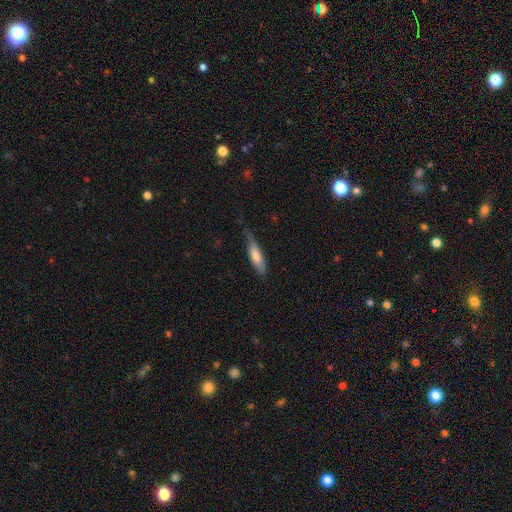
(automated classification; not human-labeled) Smooth or featured?
  - smooth: 67% *
  - featured or disk: 27%
  - star or artifact: 6%
How rounded?
  - cigar-shaped: 72% *
  - in between: 26%
  - round: 2%
Merging?
  - none: 56% *
  - minor disturbance: 33%
  - major disturbance: 9%
  - merger: 2%